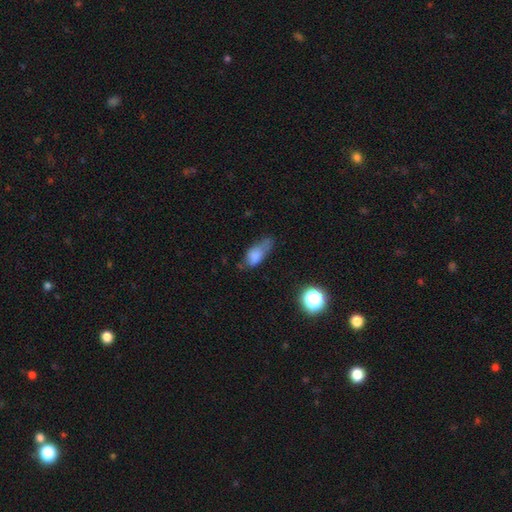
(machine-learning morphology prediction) This appears to be a smooth galaxy with no disk features (73%) that is in between round and cigar-shaped (81%). Merging: minor disturbance (39%).